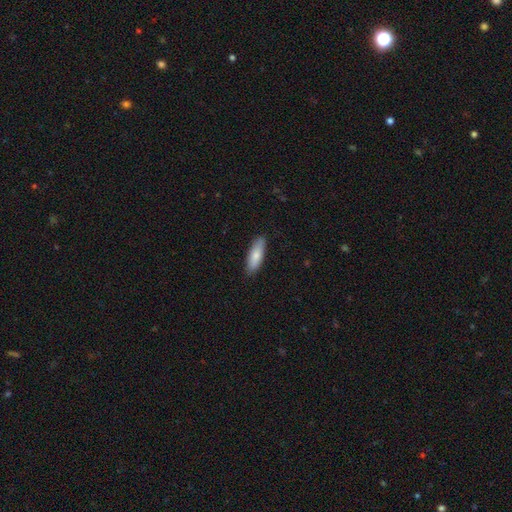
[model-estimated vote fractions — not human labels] smooth_or_featured: smooth (p=0.81) [alt: featured or disk p=0.14]
how_rounded: in between (p=0.51) [alt: cigar-shaped p=0.47]
merging: none (p=0.87) [alt: minor disturbance p=0.10]